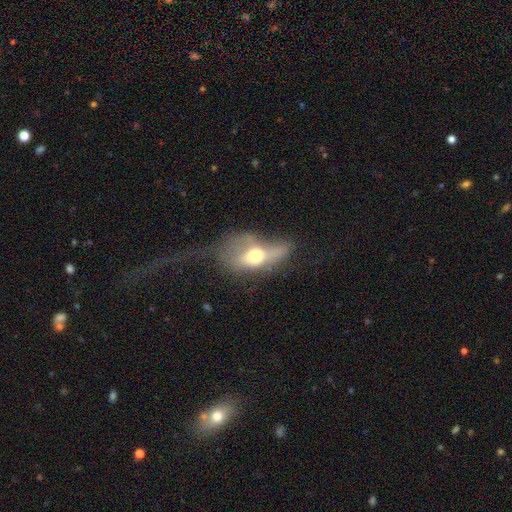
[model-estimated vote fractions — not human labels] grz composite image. It shows a smooth galaxy with no disk features (53%) that is in between round and cigar-shaped (77%). Merging: major disturbance (52%).